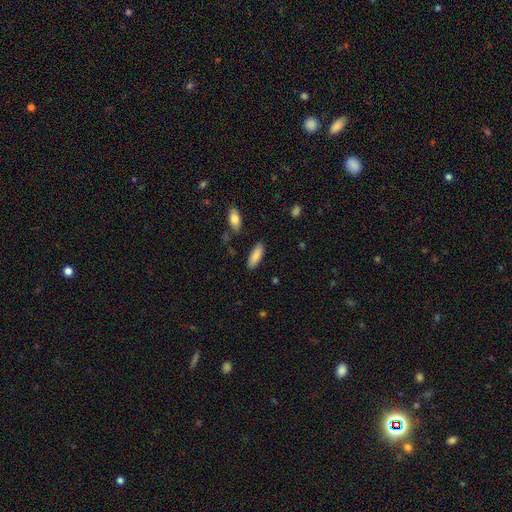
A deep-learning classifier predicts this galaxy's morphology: Smooth or featured? smooth (84%)
How rounded? in between (73%)
Merging? none (85%)